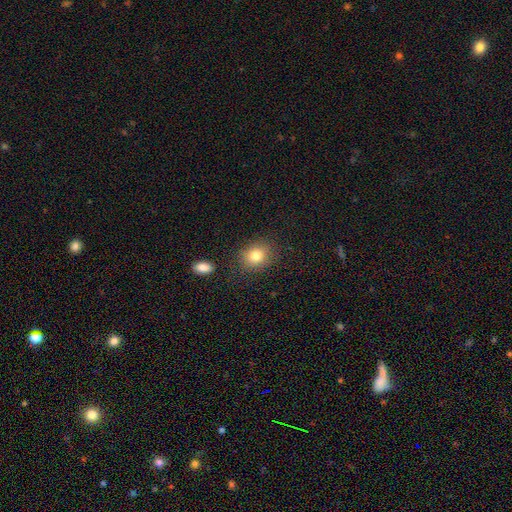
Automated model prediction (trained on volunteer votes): The model was most divided on "how rounded": round: 58%, in between: 41%, cigar-shaped: 1%. More confident: merging — none (82%); smooth or featured — smooth (81%).